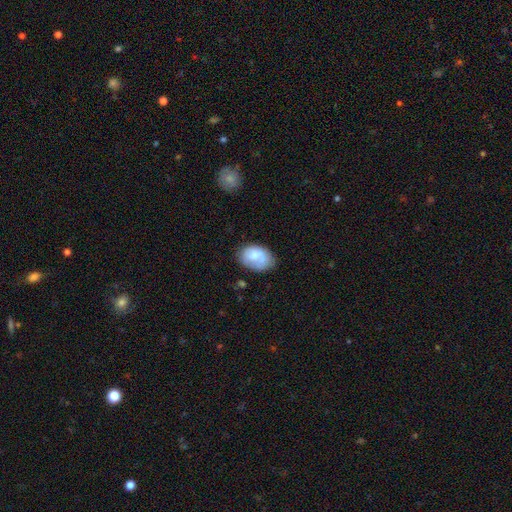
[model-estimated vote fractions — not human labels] Overall: smooth (72%). How rounded: in between (84%). Merging: none (56%; minor disturbance 27%).